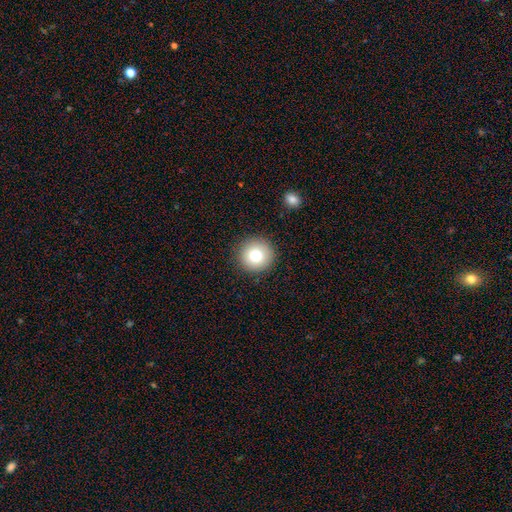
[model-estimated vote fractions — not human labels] This is likely a smooth galaxy (77%). How rounded: clearly round (95%). Merging: clearly none (91%).